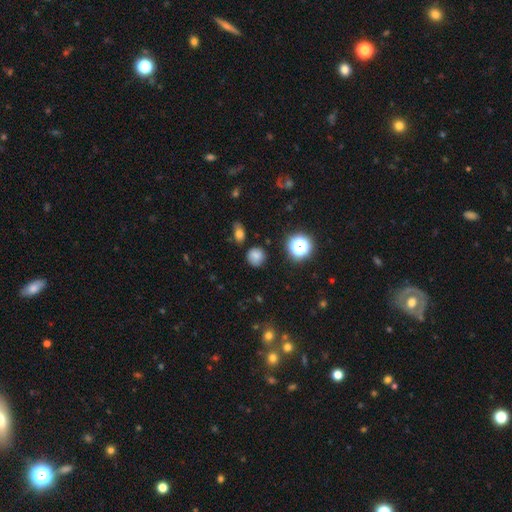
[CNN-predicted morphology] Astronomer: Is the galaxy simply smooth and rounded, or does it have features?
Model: smooth — 74%.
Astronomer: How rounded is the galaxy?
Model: round — 87%.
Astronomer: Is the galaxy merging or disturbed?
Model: none — 80%.